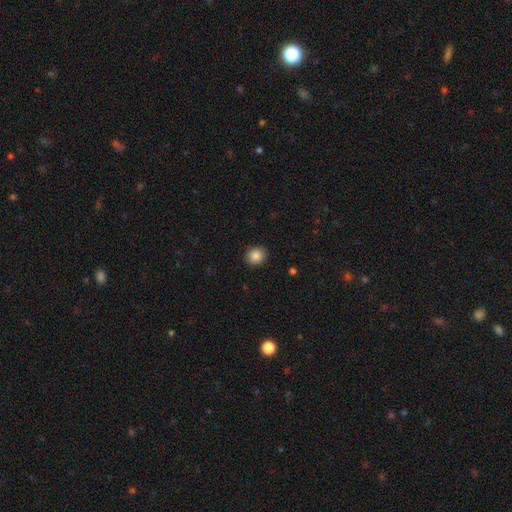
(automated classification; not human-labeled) smooth-or-featured: smooth: 86% | star or artifact: 10% | featured or disk: 5%
  how-rounded: round: 81% | in between: 18% | cigar-shaped: 1%
  merging: none: 91% | minor disturbance: 6% | major disturbance: 2% | merger: 1%